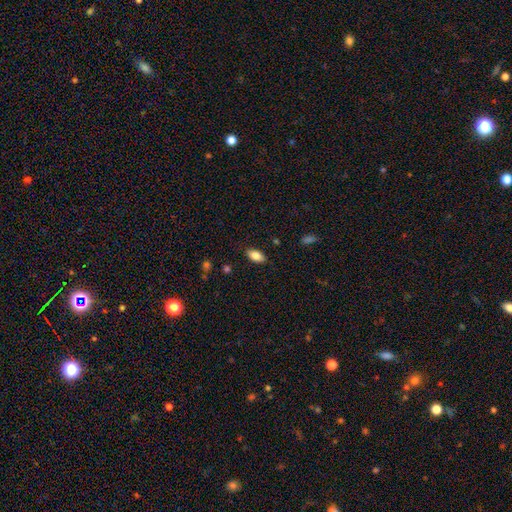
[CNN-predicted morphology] Q: Smooth or featured?
A: smooth (83%); runner-up: featured or disk (9%)
Q: How rounded?
A: in between (91%); runner-up: cigar-shaped (6%)
Q: Merging?
A: none (87%); runner-up: minor disturbance (10%)